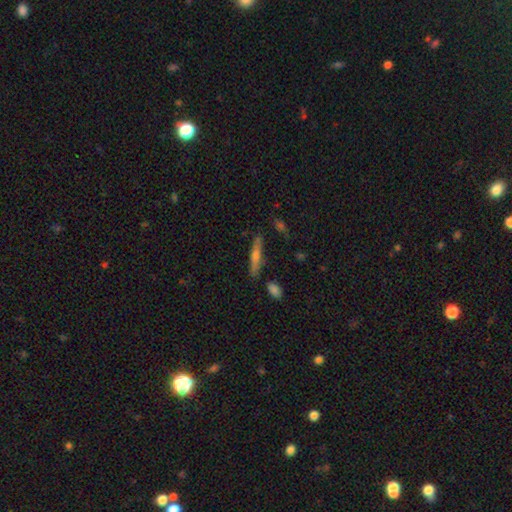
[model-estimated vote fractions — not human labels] This appears to be a featured or disk galaxy (49%). Merging: none (84%).